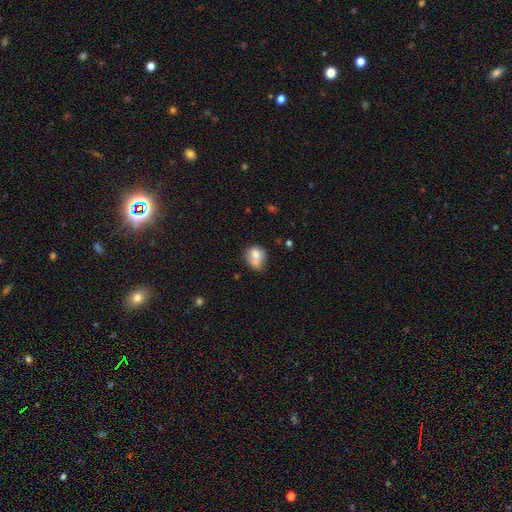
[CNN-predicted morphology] Q: Smooth or featured?
A: smooth (73%); runner-up: featured or disk (18%)
Q: How rounded?
A: round (57%); runner-up: in between (42%)
Q: Merging?
A: merger (36%); runner-up: none (33%)